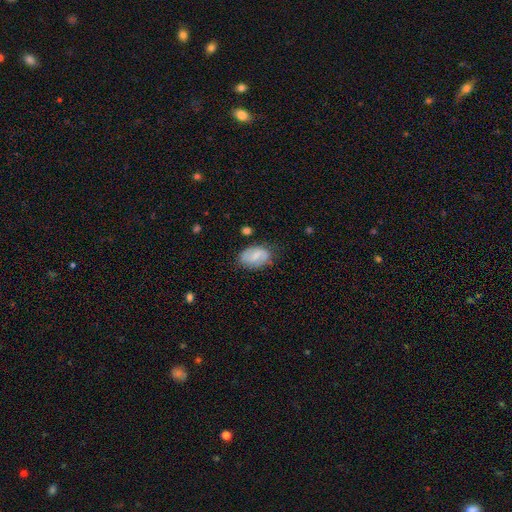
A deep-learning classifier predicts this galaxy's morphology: Smooth or featured: smooth — 58% (featured or disk — 35%)
How rounded: in between — 88% (round — 10%)
Merging: none — 67% (minor disturbance — 24%)